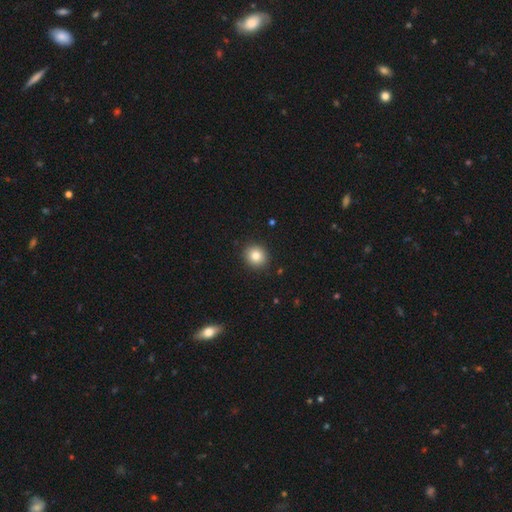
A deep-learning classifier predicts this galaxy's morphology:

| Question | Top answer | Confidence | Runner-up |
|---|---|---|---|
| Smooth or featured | smooth | 83% | star or artifact (10%) |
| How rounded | round | 84% | in between (15%) |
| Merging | none | 91% | minor disturbance (6%) |